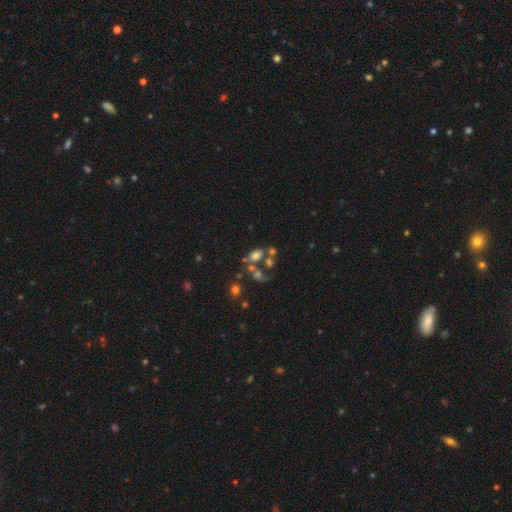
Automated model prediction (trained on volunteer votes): Overall: smooth (64%). How rounded: in between (80%). Merging: none (38%; merger 36%).